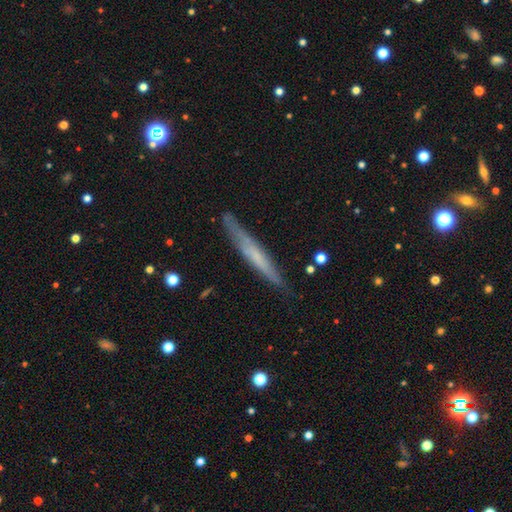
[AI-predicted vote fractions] smooth-or-featured: featured or disk: 48% | smooth: 45% | star or artifact: 7%
  merging: none: 80% | minor disturbance: 15% | major disturbance: 3% | merger: 2%